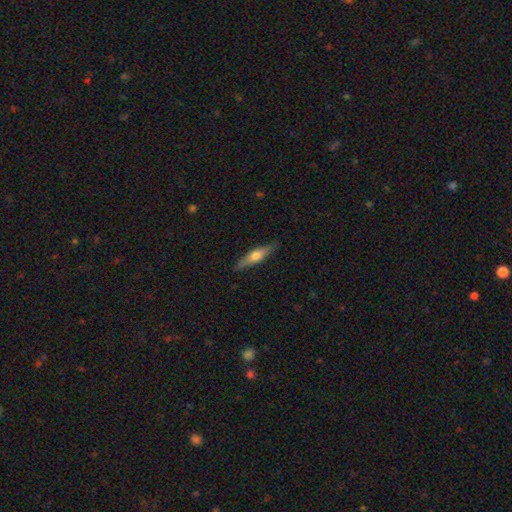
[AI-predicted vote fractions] Smooth or featured? featured or disk (58%)
Edge-on disk? yes (95%)
Edge-on bulge? rounded (93%)
Merging? none (88%)